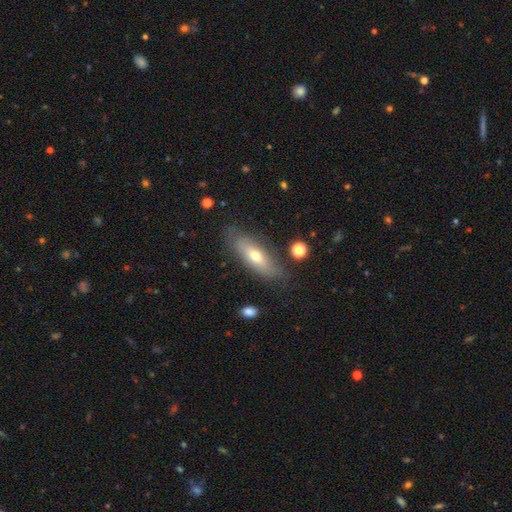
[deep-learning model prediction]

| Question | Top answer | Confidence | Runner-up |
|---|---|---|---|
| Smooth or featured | smooth | 55% | featured or disk (38%) |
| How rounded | in between | 61% | cigar-shaped (36%) |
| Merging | none | 77% | minor disturbance (16%) |